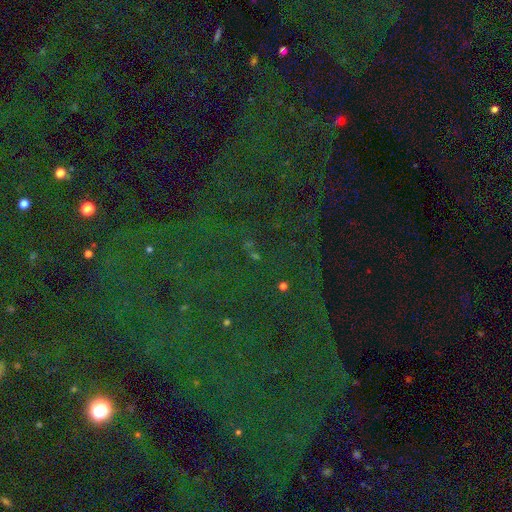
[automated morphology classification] Smooth or featured? Predicted: star or artifact (p=0.80).